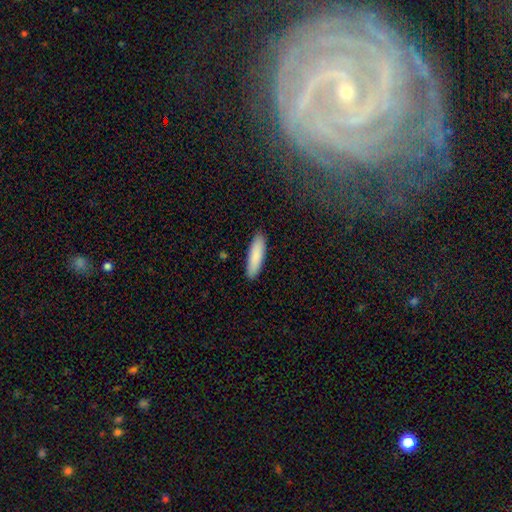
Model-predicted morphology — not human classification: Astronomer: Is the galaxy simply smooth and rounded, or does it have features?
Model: smooth — 87%.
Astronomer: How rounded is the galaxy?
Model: cigar-shaped — 70%.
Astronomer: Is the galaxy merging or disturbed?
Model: none — 91%.